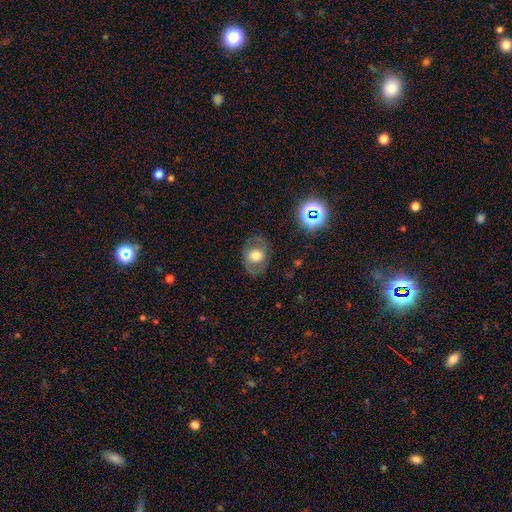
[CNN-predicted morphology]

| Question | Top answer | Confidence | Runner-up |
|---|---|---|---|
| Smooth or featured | smooth | 58% | featured or disk (31%) |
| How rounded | in between | 50% | round (49%) |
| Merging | none | 77% | minor disturbance (14%) |